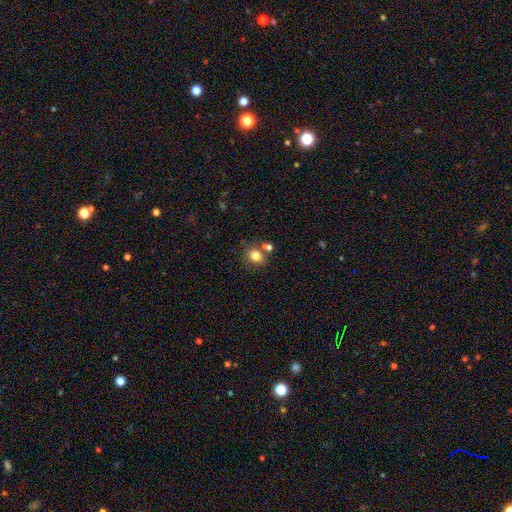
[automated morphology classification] Smooth or featured?
  - smooth: 79% *
  - star or artifact: 12%
  - featured or disk: 9%
How rounded?
  - round: 62% *
  - in between: 37%
  - cigar-shaped: 1%
Merging?
  - none: 65% *
  - merger: 19%
  - minor disturbance: 12%
  - major disturbance: 4%